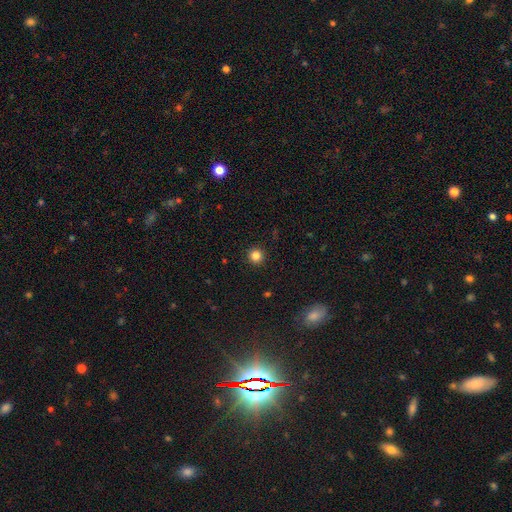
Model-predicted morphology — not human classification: type=smooth (83%); roundness=round (96%); merging=none (93%).